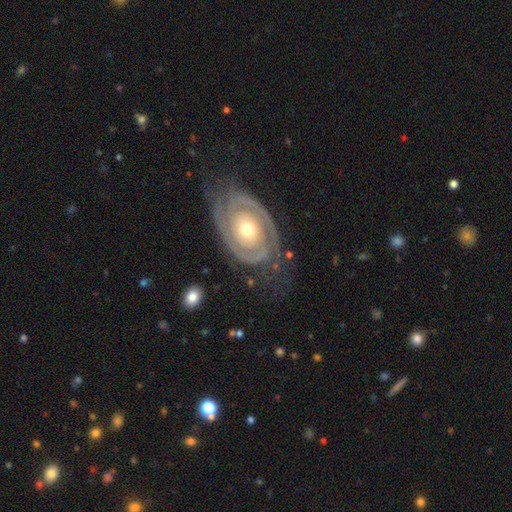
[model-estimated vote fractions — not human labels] The model was most divided on "bulge size": moderate: 61%, small: 34%, large: 3%, dominant: 1%, none: 1%. More confident: edge-on disk — no (97%); spiral arms — yes (96%); smooth or featured — featured or disk (91%); spiral arm count — 2 (83%); bar — no (78%); spiral winding — tight (77%); merging — none (75%).